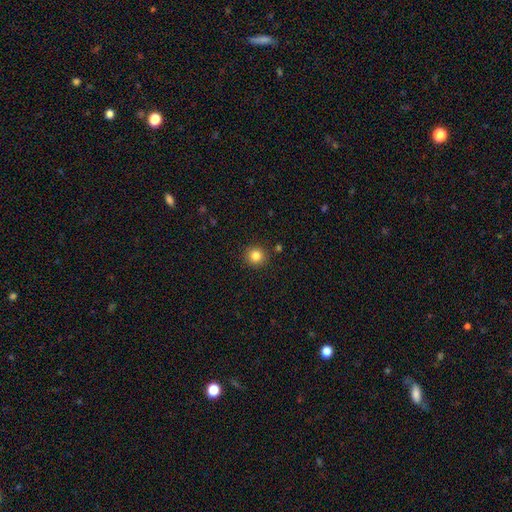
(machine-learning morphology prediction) type=smooth (83%); roundness=round (91%); merging=none (89%).